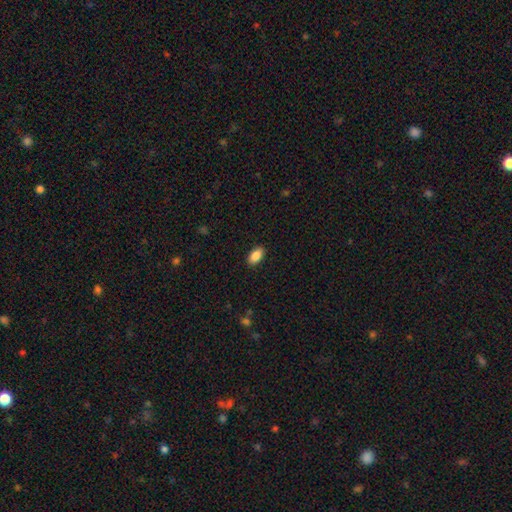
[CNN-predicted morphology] type=smooth (89%); roundness=in between (93%); merging=none (89%).